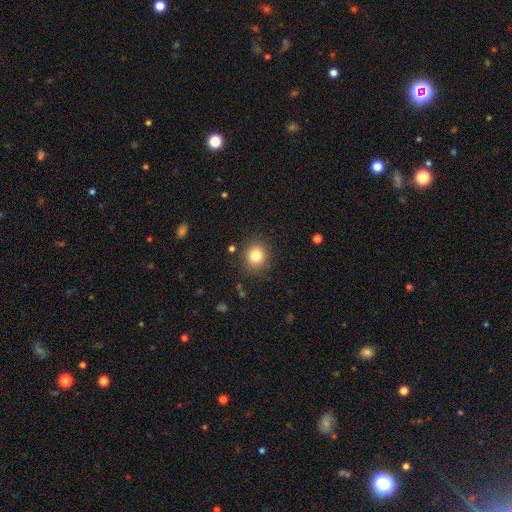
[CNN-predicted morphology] A smooth galaxy with no disk features (81%) that is round (86%).

Vote fractions:
- Smooth or featured? smooth: 81% / star or artifact: 11% / featured or disk: 8%
- How rounded? round: 86% / in between: 13% / cigar-shaped: 1%
- Merging? none: 87% / minor disturbance: 9% / major disturbance: 3% / merger: 2%